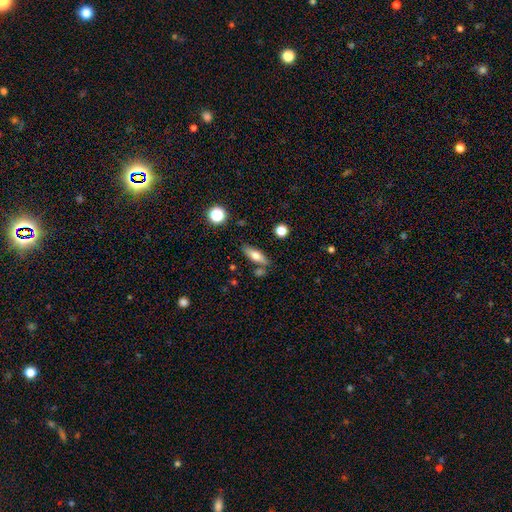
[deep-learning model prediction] smooth-or-featured: smooth: 64% | featured or disk: 28% | star or artifact: 8%
  how-rounded: in between: 53% | cigar-shaped: 43% | round: 4%
  merging: none: 74% | minor disturbance: 13% | merger: 10% | major disturbance: 3%